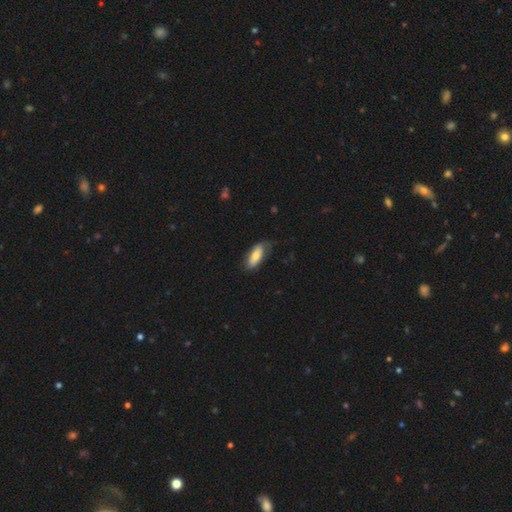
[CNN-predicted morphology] This is likely a smooth galaxy (67%). How rounded: likely in between (76%). Merging: likely none (66%).